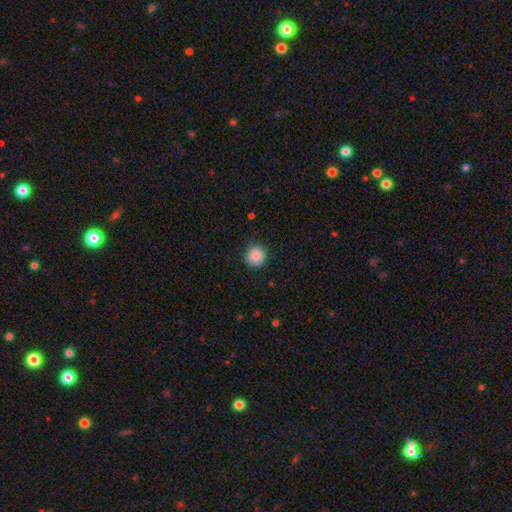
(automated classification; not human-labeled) Smooth or featured: smooth — 88% (star or artifact — 9%)
How rounded: round — 93% (in between — 6%)
Merging: none — 85% (minor disturbance — 11%)